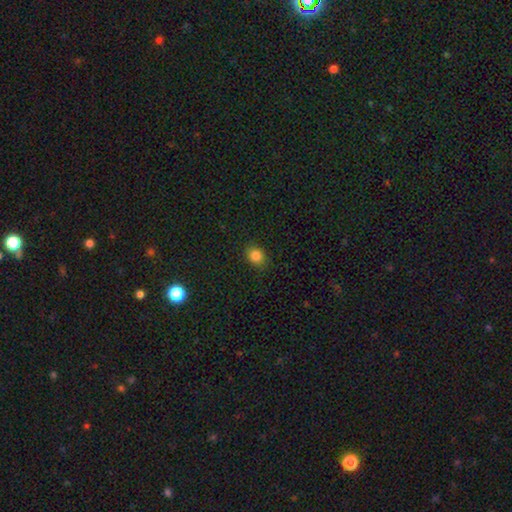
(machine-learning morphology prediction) Smooth or featured: smooth — 83% (star or artifact — 12%)
How rounded: round — 67% (in between — 32%)
Merging: none — 87% (minor disturbance — 9%)